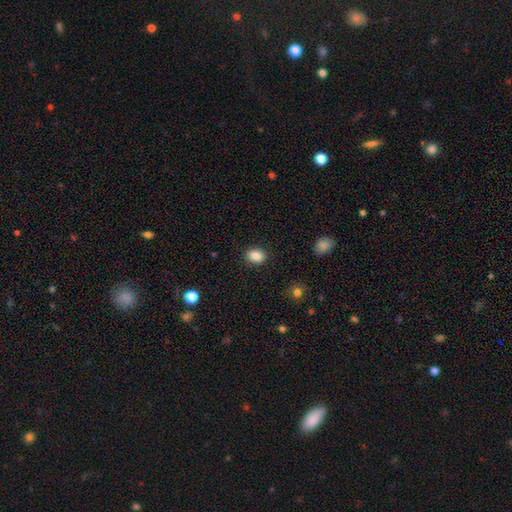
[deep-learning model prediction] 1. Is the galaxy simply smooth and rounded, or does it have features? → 87% smooth, 9% star or artifact, 4% featured or disk.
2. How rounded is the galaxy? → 57% in between, 42% round, 1% cigar-shaped.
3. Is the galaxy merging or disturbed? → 89% none, 8% minor disturbance, 2% major disturbance, 1% merger.